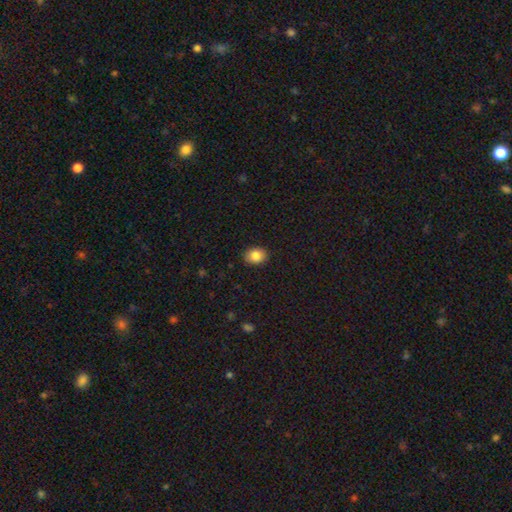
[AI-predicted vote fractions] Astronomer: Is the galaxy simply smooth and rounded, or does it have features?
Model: smooth — 85%.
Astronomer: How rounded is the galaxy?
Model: in between — 55% (runner-up: round, 44%).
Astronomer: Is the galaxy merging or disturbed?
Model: none — 89%.